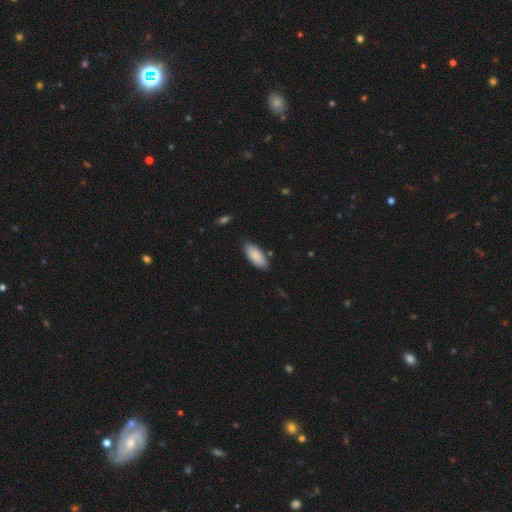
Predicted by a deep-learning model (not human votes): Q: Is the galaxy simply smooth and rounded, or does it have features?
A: smooth — 87%.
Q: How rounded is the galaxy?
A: in between — 83%.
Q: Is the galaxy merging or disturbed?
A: none — 85%.